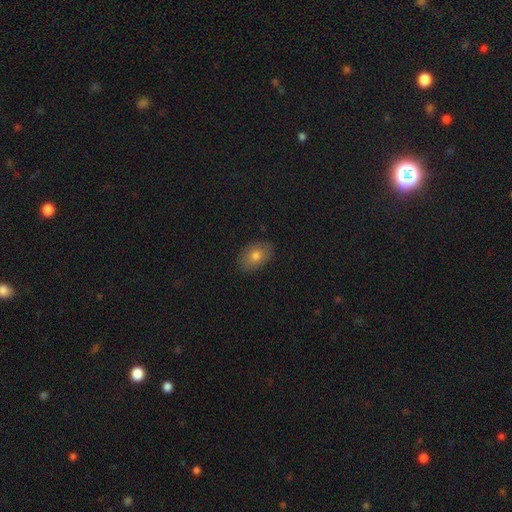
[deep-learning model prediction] Smooth or featured: smooth — 76% (featured or disk — 14%)
How rounded: in between — 84% (round — 15%)
Merging: none — 86% (minor disturbance — 11%)